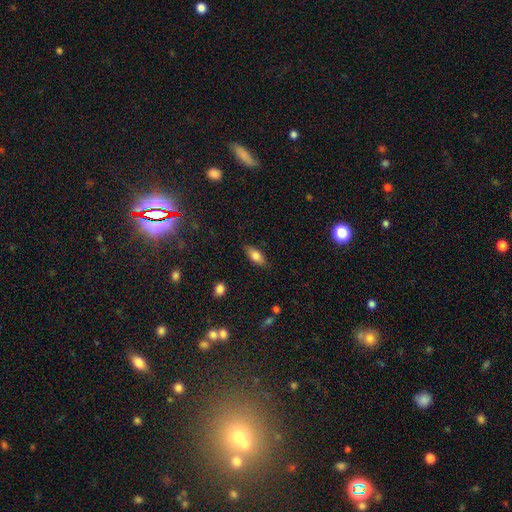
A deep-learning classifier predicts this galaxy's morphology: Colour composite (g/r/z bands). It shows a smooth galaxy with no disk features (75%) that is in between round and cigar-shaped (80%). Merging: none (83%).